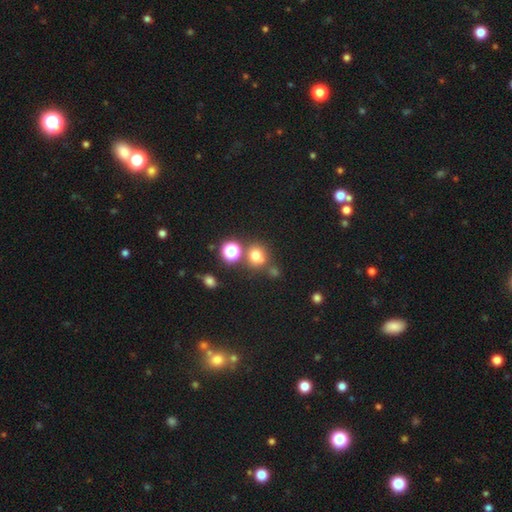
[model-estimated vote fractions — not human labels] Smooth or featured: smooth — 71% (star or artifact — 21%)
How rounded: round — 78% (in between — 21%)
Merging: none — 65% (merger — 18%)